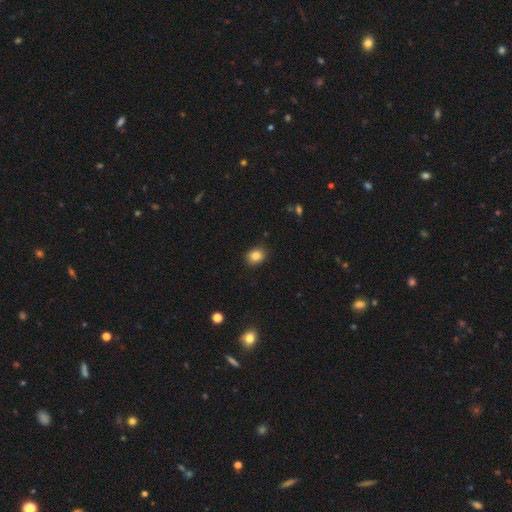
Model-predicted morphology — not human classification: smooth_or_featured: smooth (p=0.84) [alt: star or artifact p=0.10]
how_rounded: round (p=0.60) [alt: in between p=0.39]
merging: none (p=0.88) [alt: minor disturbance p=0.08]